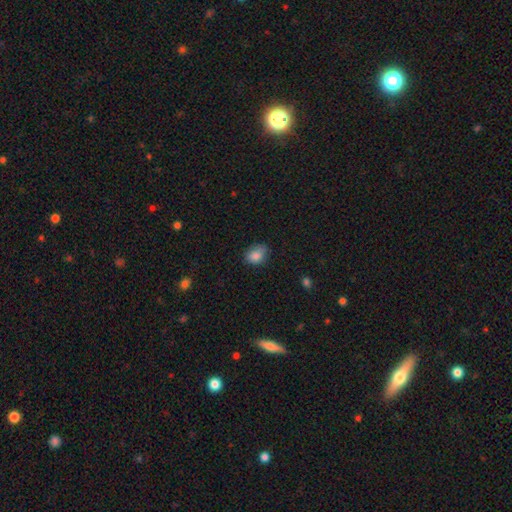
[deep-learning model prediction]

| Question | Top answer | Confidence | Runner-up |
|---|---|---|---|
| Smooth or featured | smooth | 84% | star or artifact (9%) |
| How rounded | in between | 63% | round (36%) |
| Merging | none | 59% | minor disturbance (32%) |